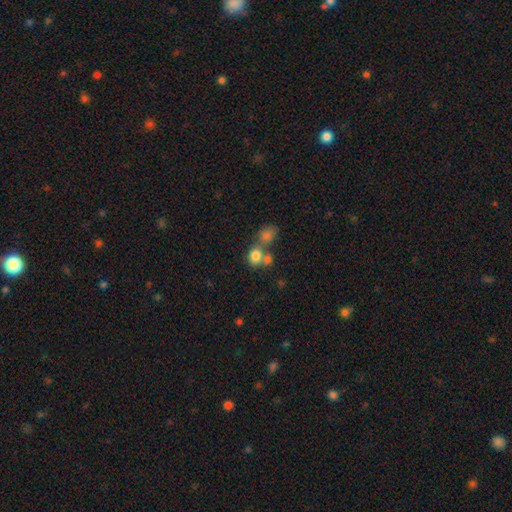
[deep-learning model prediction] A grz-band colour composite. It shows a smooth galaxy with no disk features (78%) that is round (56%). Merging: merger (48%).